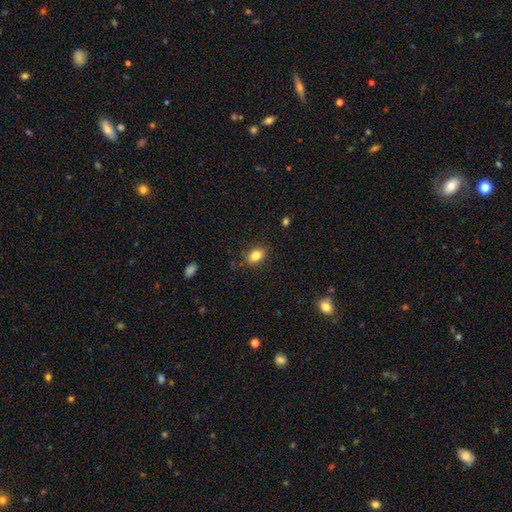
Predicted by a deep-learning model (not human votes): Smooth or featured? smooth (84%)
How rounded? in between (80%)
Merging? none (83%)